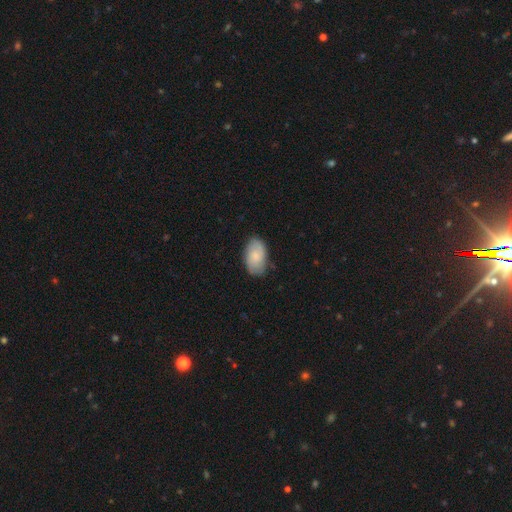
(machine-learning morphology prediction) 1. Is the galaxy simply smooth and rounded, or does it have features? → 72% smooth, 22% featured or disk, 6% star or artifact.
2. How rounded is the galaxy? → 94% in between, 5% round, 1% cigar-shaped.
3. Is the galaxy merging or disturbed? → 77% none, 18% minor disturbance, 3% major disturbance, 1% merger.